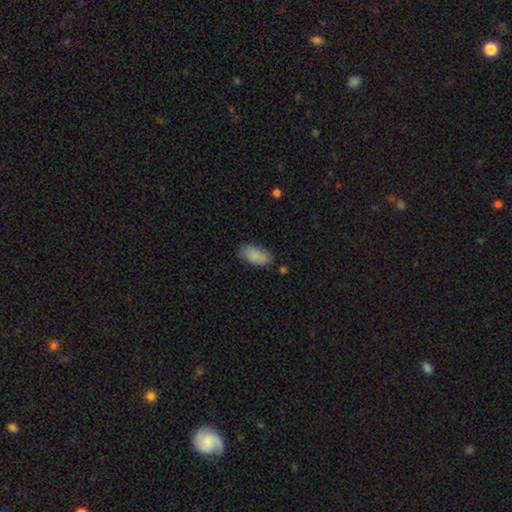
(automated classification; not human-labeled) This appears to be a smooth galaxy with no disk features (85%) that is in between round and cigar-shaped (93%). Merging: none (73%).